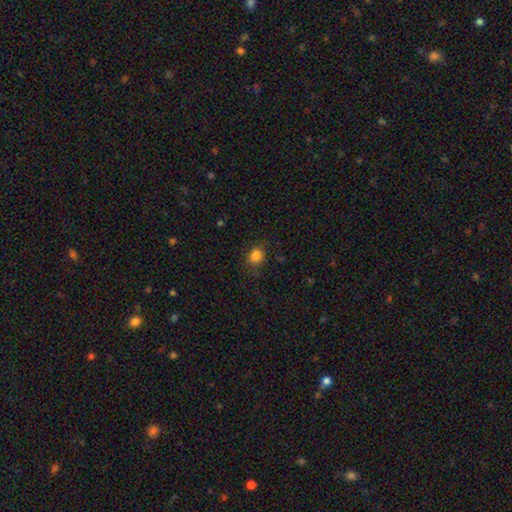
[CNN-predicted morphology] Smooth or featured? smooth (83%)
How rounded? round (69%)
Merging? none (79%)